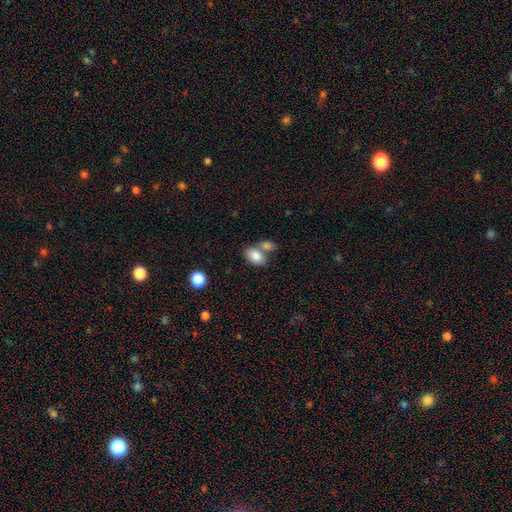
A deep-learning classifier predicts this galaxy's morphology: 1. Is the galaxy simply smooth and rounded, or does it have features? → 84% smooth, 9% featured or disk, 8% star or artifact.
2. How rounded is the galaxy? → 84% in between, 14% round, 1% cigar-shaped.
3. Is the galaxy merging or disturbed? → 43% merger, 42% none, 11% minor disturbance, 4% major disturbance.